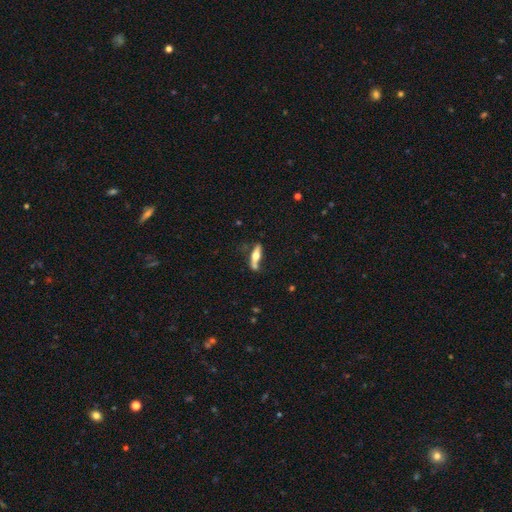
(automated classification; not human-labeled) Smooth or featured? smooth (48%)
Merging? none (58%)